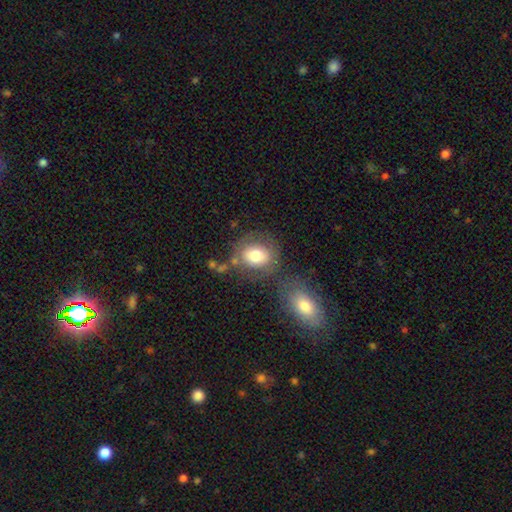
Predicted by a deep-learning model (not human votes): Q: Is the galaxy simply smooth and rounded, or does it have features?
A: smooth — 74%.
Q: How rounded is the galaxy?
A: round — 62%.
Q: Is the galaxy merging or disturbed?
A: none — 59%.